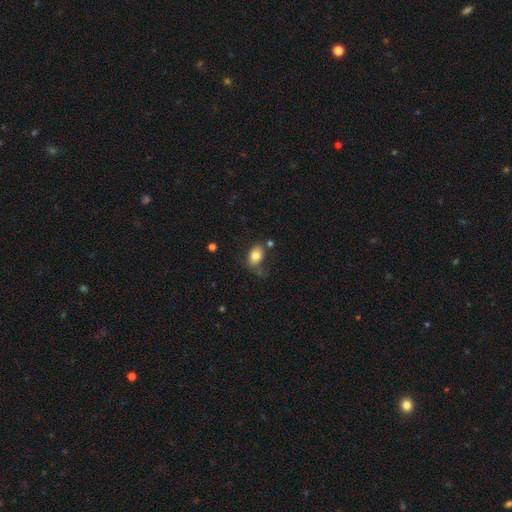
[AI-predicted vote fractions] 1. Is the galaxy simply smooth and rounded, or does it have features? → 81% smooth, 11% featured or disk, 8% star or artifact.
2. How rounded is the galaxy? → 85% in between, 13% round, 2% cigar-shaped.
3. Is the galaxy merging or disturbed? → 60% none, 24% minor disturbance, 9% major disturbance, 7% merger.